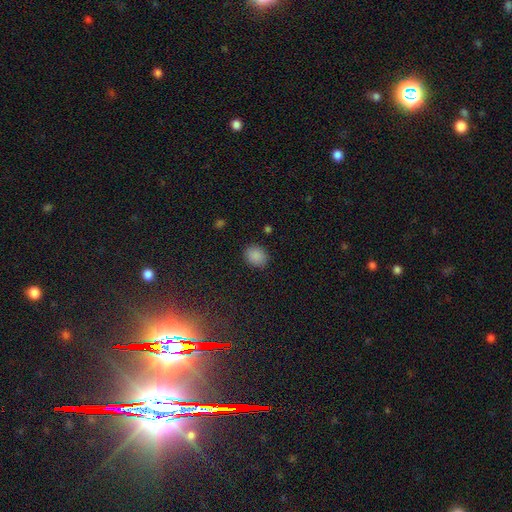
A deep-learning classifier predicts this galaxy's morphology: Smooth or featured? Predicted: smooth (p=0.87). How rounded? Predicted: round (p=0.56). Merging? Predicted: none (p=0.87).